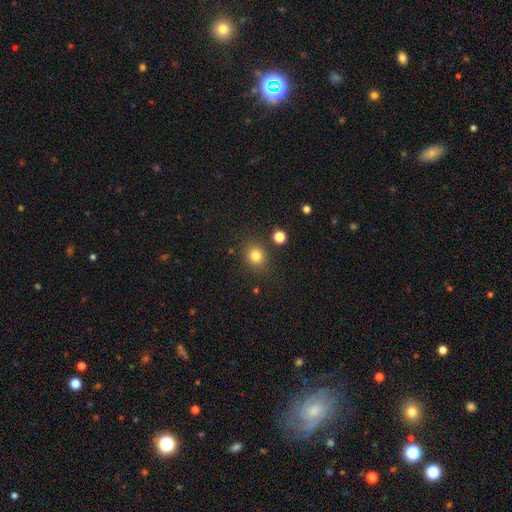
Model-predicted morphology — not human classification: This is clearly a smooth galaxy (82%). How rounded: likely round (74%). Merging: clearly none (82%).